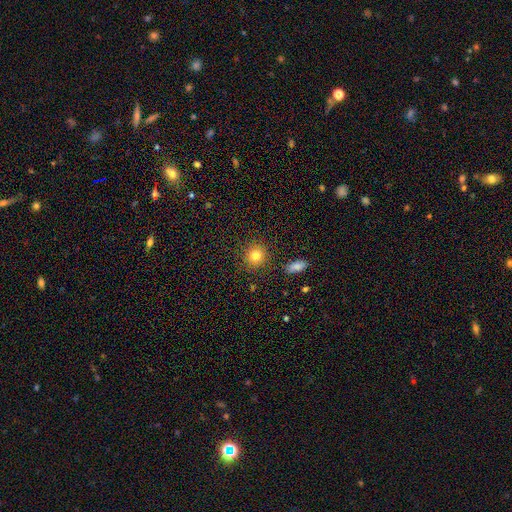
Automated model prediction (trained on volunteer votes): Smooth or featured: smooth — 81% (star or artifact — 11%)
How rounded: round — 87% (in between — 12%)
Merging: none — 87% (minor disturbance — 8%)